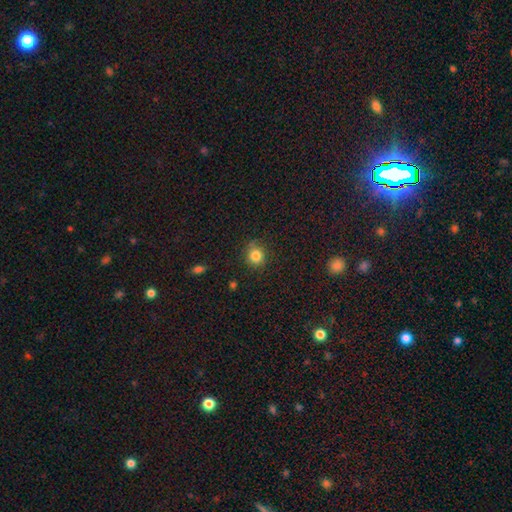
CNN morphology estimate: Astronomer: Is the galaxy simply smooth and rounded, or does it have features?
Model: smooth — 83%.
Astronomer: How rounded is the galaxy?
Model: round — 86%.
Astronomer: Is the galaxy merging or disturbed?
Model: none — 78%.